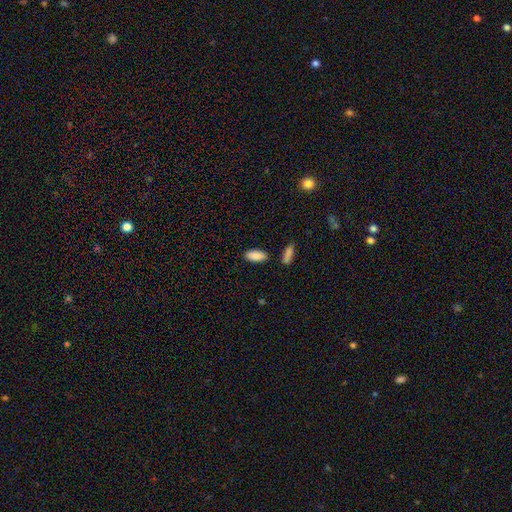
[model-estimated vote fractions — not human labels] A smooth galaxy with no disk features (90%) that is in between round and cigar-shaped (88%).

Vote fractions:
- Smooth or featured? smooth: 90% / star or artifact: 6% / featured or disk: 4%
- How rounded? in between: 88% / cigar-shaped: 10% / round: 2%
- Merging? none: 82% / minor disturbance: 10% / merger: 6% / major disturbance: 2%